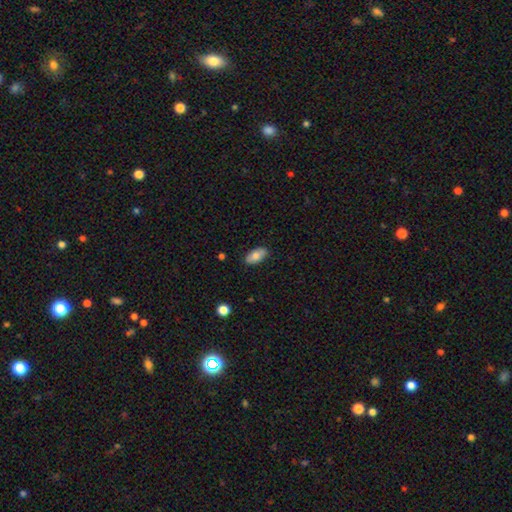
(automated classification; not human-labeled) Smooth or featured? Predicted: smooth (p=0.78). How rounded? Predicted: in between (p=0.92). Merging? Predicted: none (p=0.86).